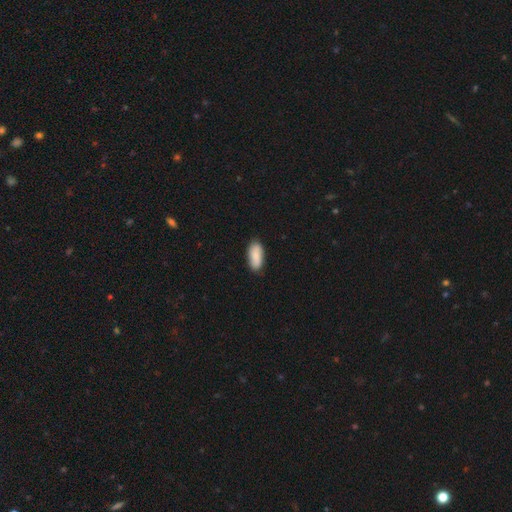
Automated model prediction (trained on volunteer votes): This appears to be a smooth galaxy with no disk features (86%) that is in between round and cigar-shaped (87%). Merging: none (85%).